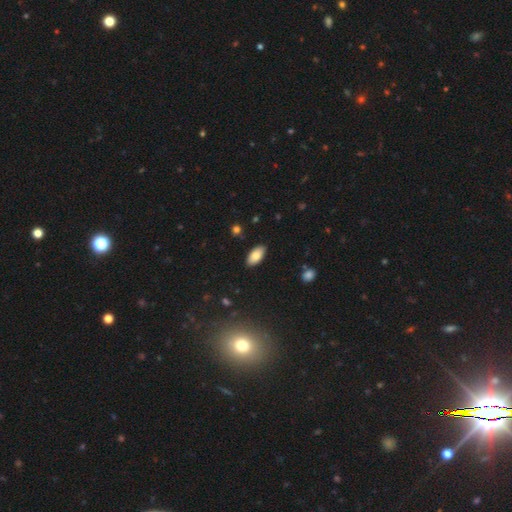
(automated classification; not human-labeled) Smooth or featured: smooth — 82% (featured or disk — 10%)
How rounded: in between — 93% (cigar-shaped — 4%)
Merging: none — 88% (minor disturbance — 9%)